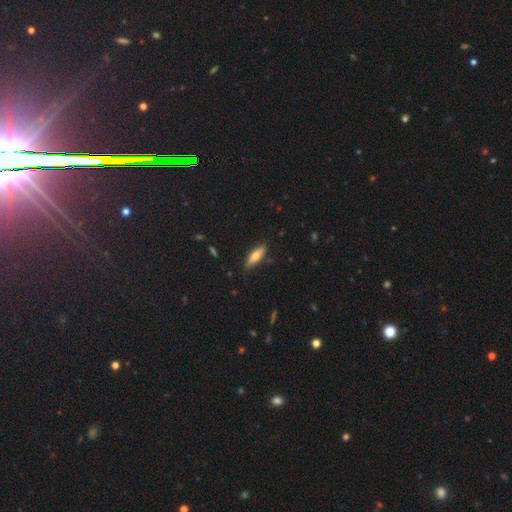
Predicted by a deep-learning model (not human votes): Smooth or featured: smooth — 62% (featured or disk — 31%)
How rounded: cigar-shaped — 52% (in between — 45%)
Merging: none — 83% (minor disturbance — 13%)